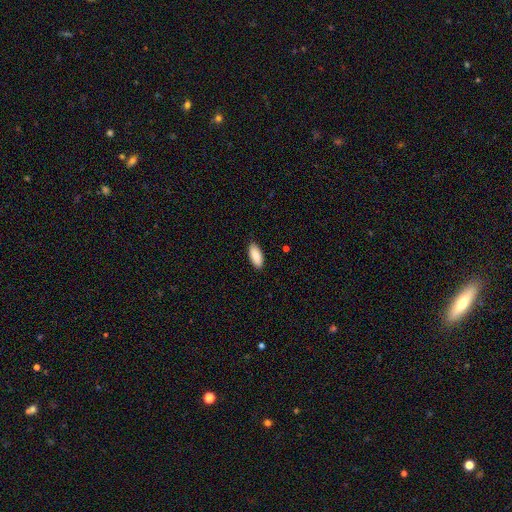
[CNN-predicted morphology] Smooth or featured? Predicted: smooth (p=0.89). How rounded? Predicted: in between (p=0.87). Merging? Predicted: none (p=0.89).